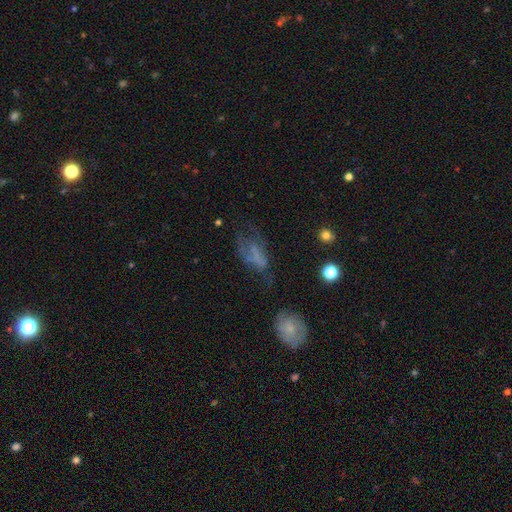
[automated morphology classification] Smooth or featured?
  - featured or disk: 43% *
  - smooth: 37%
  - star or artifact: 20%
Merging?
  - major disturbance: 40% *
  - none: 32%
  - minor disturbance: 21%
  - merger: 7%